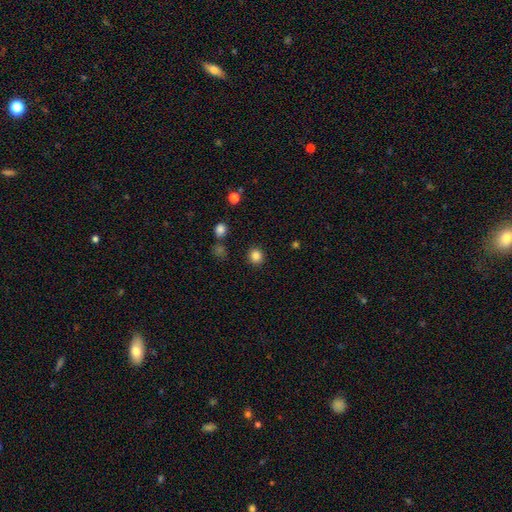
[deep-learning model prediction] The model was most divided on "smooth or featured": smooth: 85%, star or artifact: 12%, featured or disk: 4%. More confident: merging — none (90%); how rounded — round (88%).